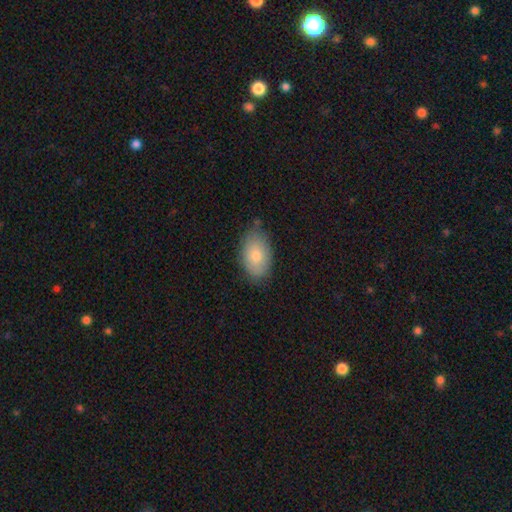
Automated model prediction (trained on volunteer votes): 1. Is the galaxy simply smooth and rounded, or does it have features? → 77% smooth, 16% featured or disk, 7% star or artifact.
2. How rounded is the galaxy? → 91% in between, 8% round, 1% cigar-shaped.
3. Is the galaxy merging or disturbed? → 73% none, 22% minor disturbance, 3% major disturbance, 2% merger.